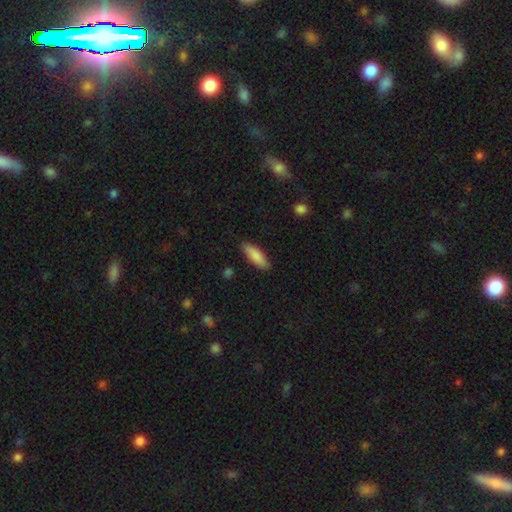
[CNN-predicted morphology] type=smooth (84%); roundness=in between (61%); merging=none (82%).